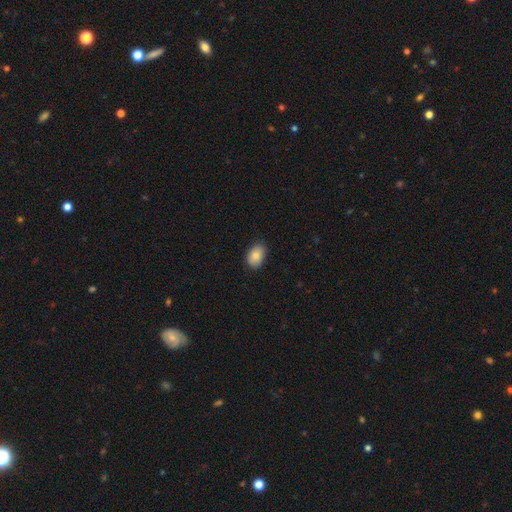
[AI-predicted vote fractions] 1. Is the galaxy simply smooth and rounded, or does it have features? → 83% smooth, 9% featured or disk, 8% star or artifact.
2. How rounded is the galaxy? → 85% in between, 14% round, 1% cigar-shaped.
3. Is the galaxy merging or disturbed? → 83% none, 14% minor disturbance, 2% major disturbance, 1% merger.